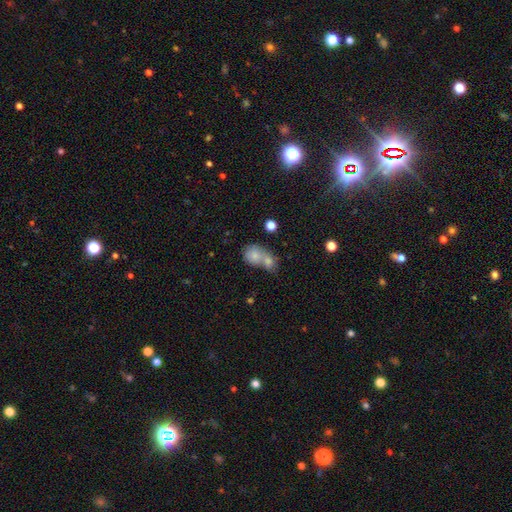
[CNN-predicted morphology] Smooth or featured?
  - smooth: 75% *
  - featured or disk: 16%
  - star or artifact: 9%
How rounded?
  - round: 53% *
  - in between: 45%
  - cigar-shaped: 2%
Merging?
  - merger: 65% *
  - none: 22%
  - minor disturbance: 8%
  - major disturbance: 4%